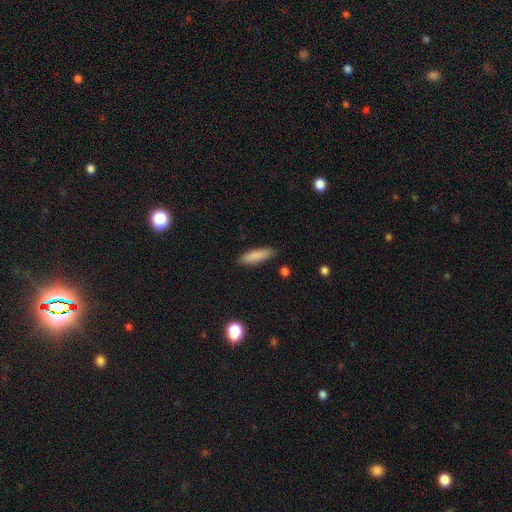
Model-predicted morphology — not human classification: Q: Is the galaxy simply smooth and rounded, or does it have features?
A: smooth — 87%.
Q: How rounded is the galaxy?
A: cigar-shaped — 60%.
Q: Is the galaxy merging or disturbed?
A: none — 87%.